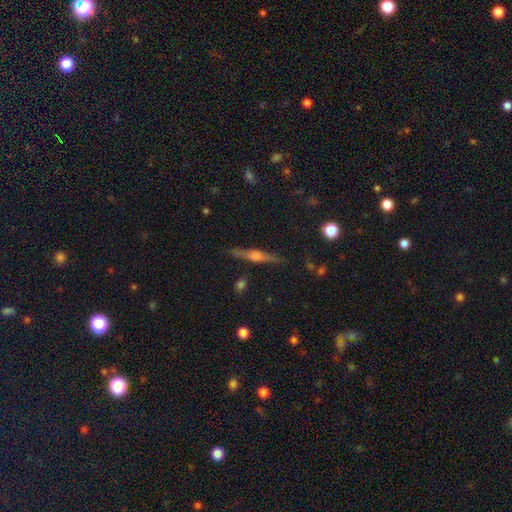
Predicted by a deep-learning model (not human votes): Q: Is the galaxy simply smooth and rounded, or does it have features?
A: featured or disk — 71%.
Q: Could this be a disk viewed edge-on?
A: yes — 97%.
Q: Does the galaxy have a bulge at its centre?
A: rounded — 76%.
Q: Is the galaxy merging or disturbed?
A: none — 87%.